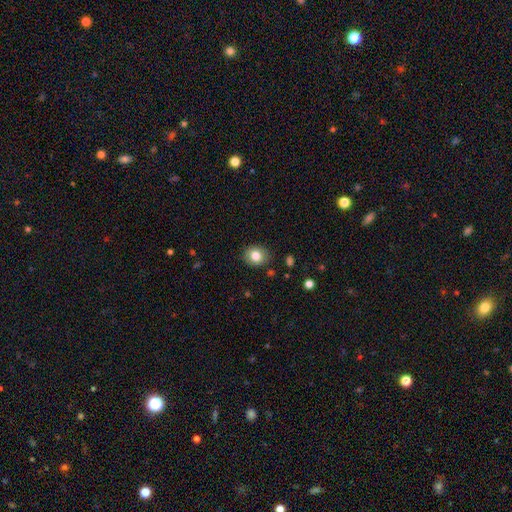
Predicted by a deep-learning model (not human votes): Smooth or featured? smooth (81%)
How rounded? round (58%)
Merging? none (85%)